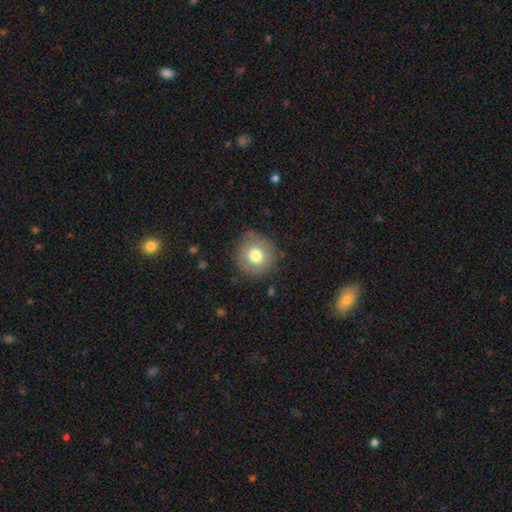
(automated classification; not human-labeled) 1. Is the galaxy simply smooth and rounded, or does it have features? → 77% smooth, 14% featured or disk, 9% star or artifact.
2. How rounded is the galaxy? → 92% round, 7% in between, 1% cigar-shaped.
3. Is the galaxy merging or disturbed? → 85% none, 10% minor disturbance, 3% major disturbance, 1% merger.